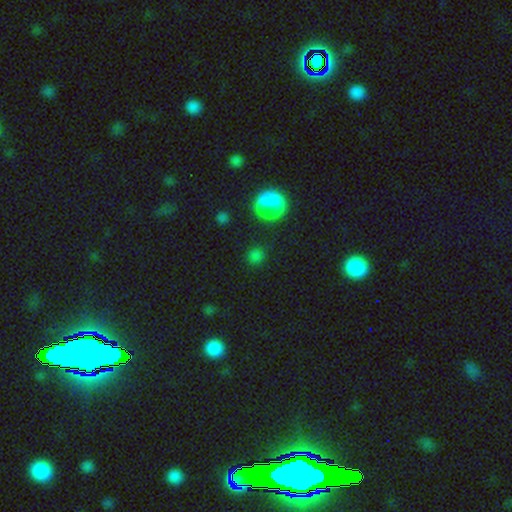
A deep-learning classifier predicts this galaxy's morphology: A smooth galaxy with no disk features (76%) that is round (90%). Merging: none (86%).